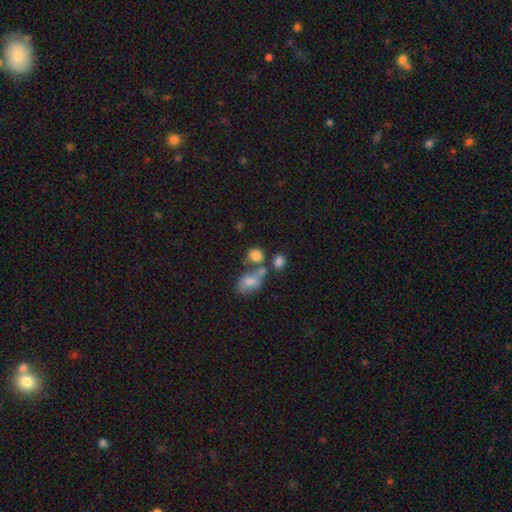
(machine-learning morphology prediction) The model was most divided on "merging": none: 46%, merger: 33%, minor disturbance: 14%, major disturbance: 7%. More confident: smooth or featured — smooth (80%); how rounded — round (59%).